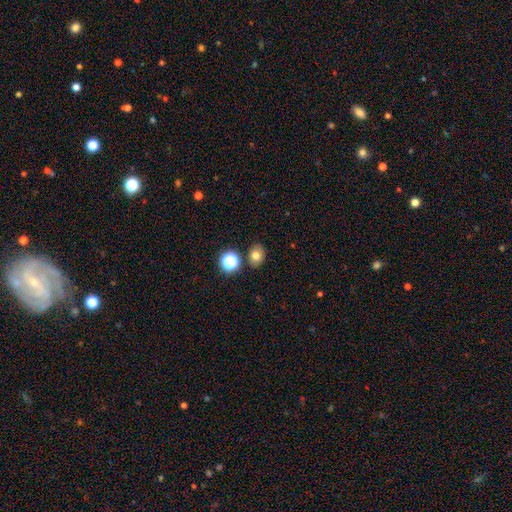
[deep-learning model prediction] Smooth or featured: smooth — 75% (star or artifact — 15%)
How rounded: in between — 53% (round — 46%)
Merging: none — 82% (minor disturbance — 9%)